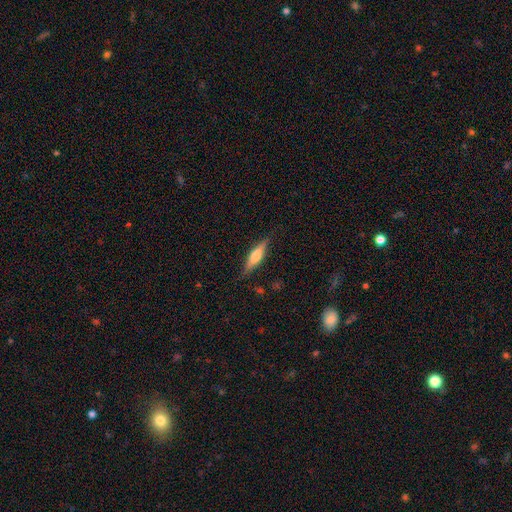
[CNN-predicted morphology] This is possibly a featured or disk galaxy (49%). Merging: clearly none (84%).